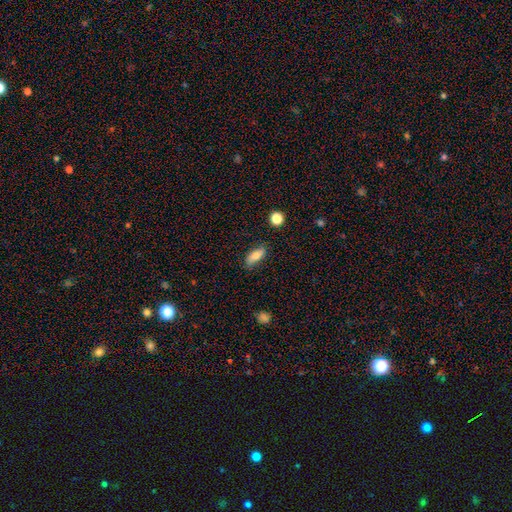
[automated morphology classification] smooth_or_featured: smooth (p=0.78) [alt: featured or disk p=0.14]
how_rounded: in between (p=0.76) [alt: cigar-shaped p=0.21]
merging: none (p=0.80) [alt: minor disturbance p=0.15]